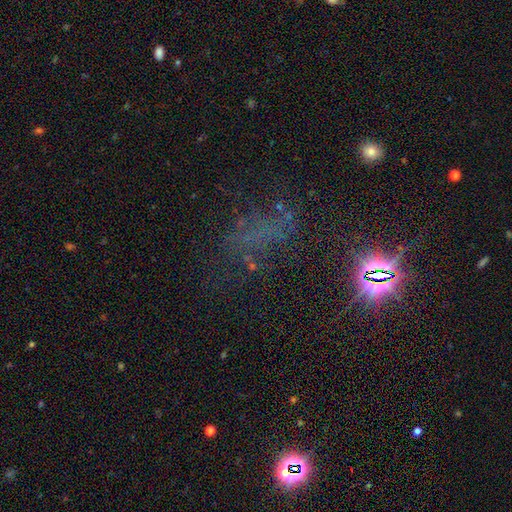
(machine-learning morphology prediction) Q: Smooth or featured?
A: star or artifact (54%); runner-up: smooth (25%)